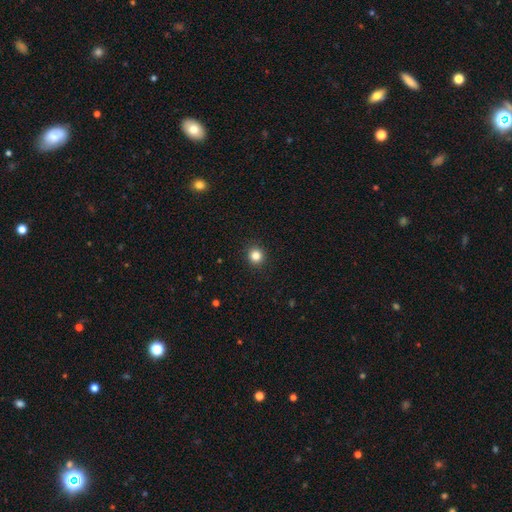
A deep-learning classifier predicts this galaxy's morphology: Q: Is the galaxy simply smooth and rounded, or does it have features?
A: smooth — 83%.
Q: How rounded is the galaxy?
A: round — 92%.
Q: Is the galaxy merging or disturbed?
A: none — 92%.